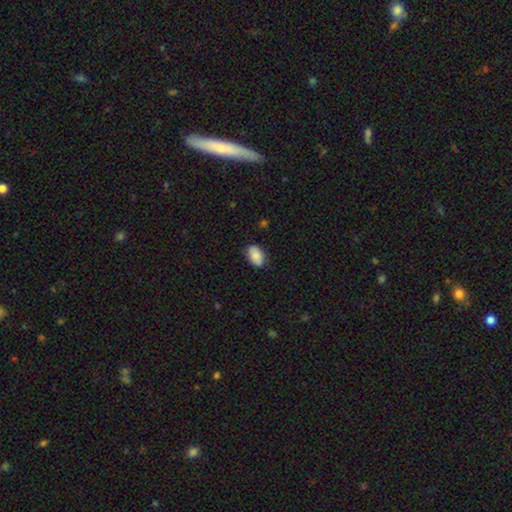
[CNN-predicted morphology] Smooth or featured? Predicted: smooth (p=0.84). How rounded? Predicted: in between (p=0.91). Merging? Predicted: none (p=0.81).